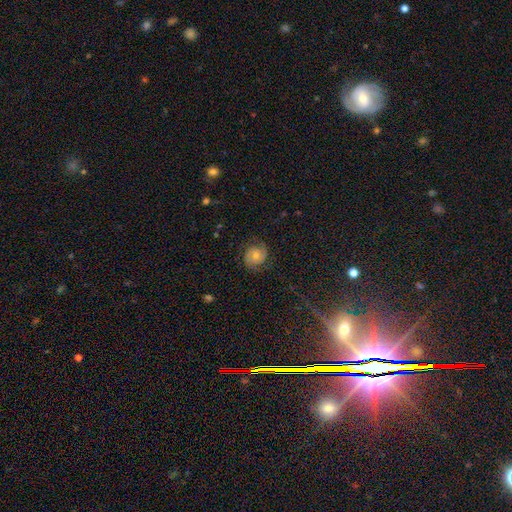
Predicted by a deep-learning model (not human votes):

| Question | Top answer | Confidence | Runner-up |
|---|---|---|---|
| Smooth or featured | featured or disk | 68% | smooth (23%) |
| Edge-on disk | no | 98% | yes (2%) |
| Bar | no | 74% | weak (22%) |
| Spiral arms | yes | 93% | no (7%) |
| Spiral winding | tight | 49% | medium (38%) |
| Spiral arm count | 2 | 81% | can't tell (9%) |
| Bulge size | moderate | 51% | small (42%) |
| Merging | none | 76% | minor disturbance (16%) |